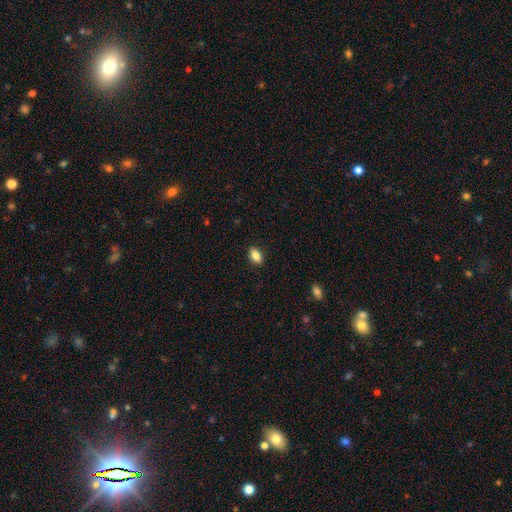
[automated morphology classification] Overall: smooth (85%). How rounded: in between (88%). Merging: none (88%).